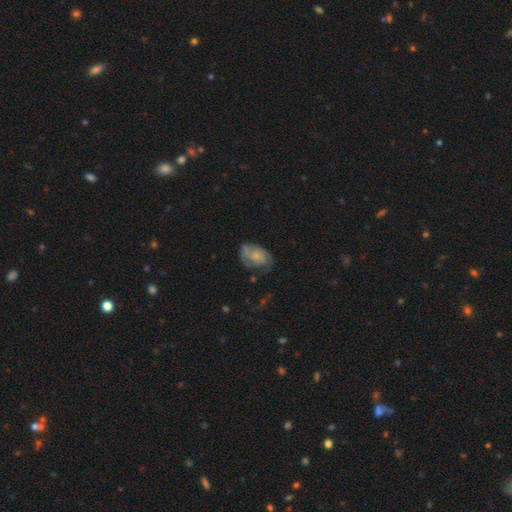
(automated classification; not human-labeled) This is possibly a featured or disk galaxy (47%). Merging: possibly none (52%).